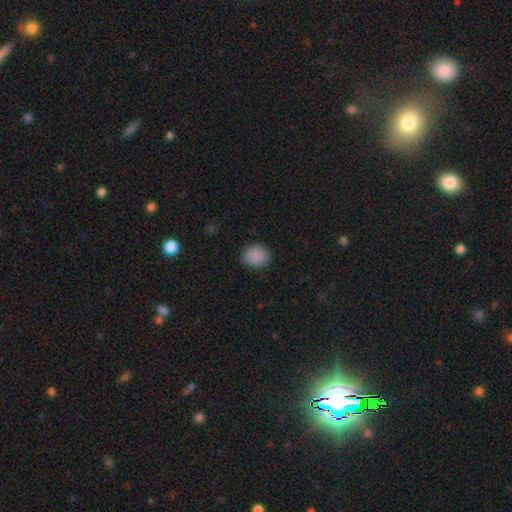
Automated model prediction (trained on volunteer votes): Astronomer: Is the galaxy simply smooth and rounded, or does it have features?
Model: smooth — 88%.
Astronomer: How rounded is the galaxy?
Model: round — 68%.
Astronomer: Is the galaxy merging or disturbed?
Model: none — 87%.